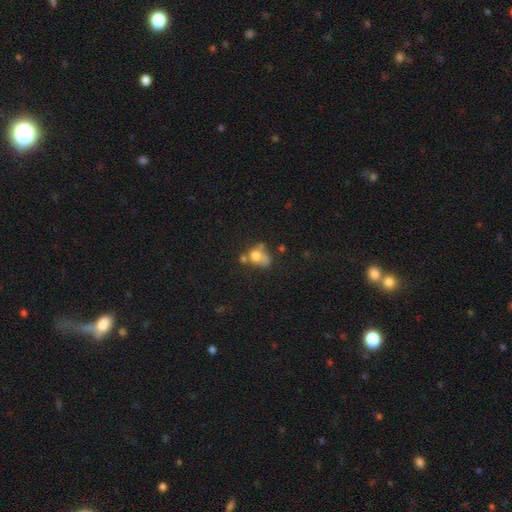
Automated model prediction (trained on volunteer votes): Q: Smooth or featured?
A: smooth (63%); runner-up: featured or disk (24%)
Q: How rounded?
A: round (50%); runner-up: in between (49%)
Q: Merging?
A: merger (39%); runner-up: none (25%)